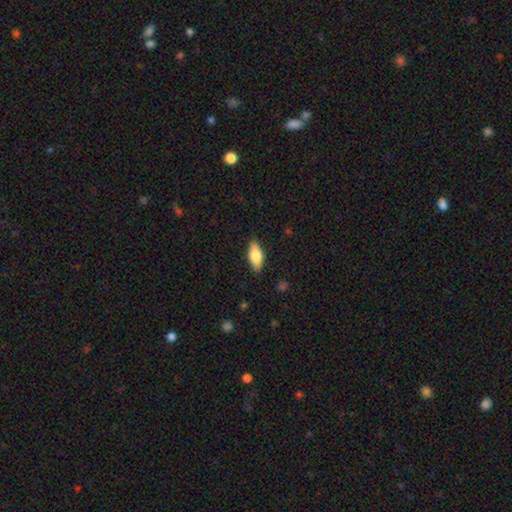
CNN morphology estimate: This appears to be a smooth galaxy with no disk features (74%) that is in between round and cigar-shaped (80%). Merging: none (85%).